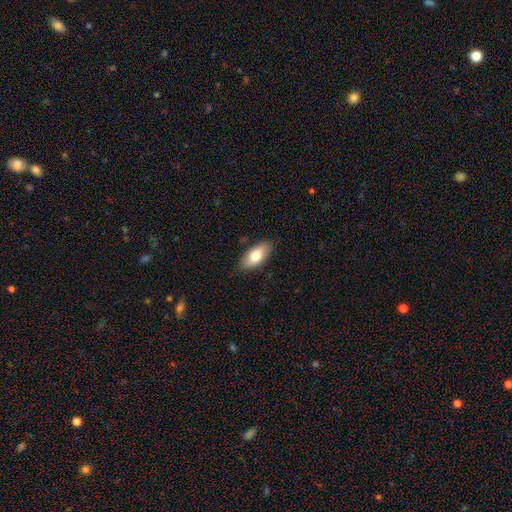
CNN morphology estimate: A smooth galaxy with no disk features (76%) that is in between round and cigar-shaped (88%). Merging: none (84%).